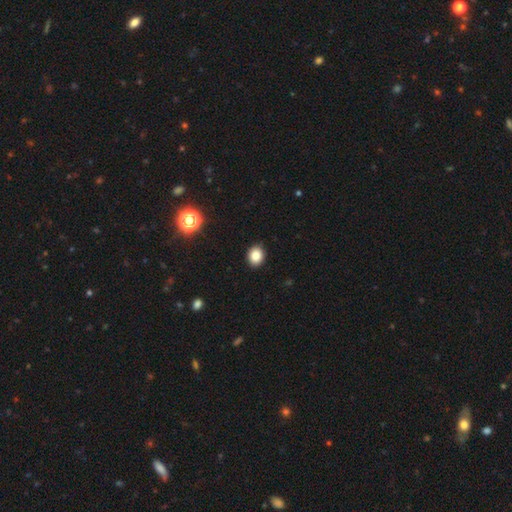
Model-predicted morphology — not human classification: smooth_or_featured: smooth (p=0.84) [alt: star or artifact p=0.11]
how_rounded: round (p=0.55) [alt: in between p=0.44]
merging: none (p=0.91) [alt: minor disturbance p=0.06]